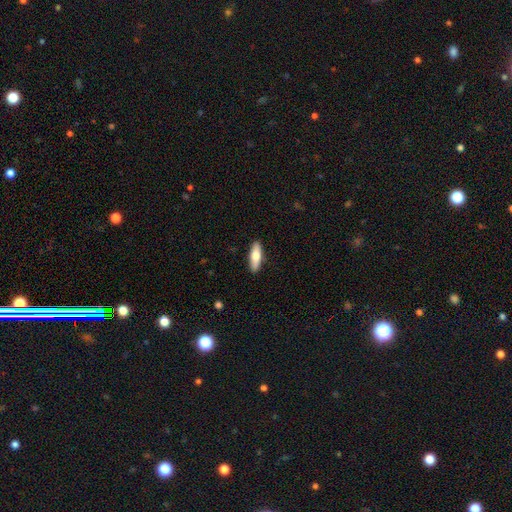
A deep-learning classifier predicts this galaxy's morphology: The model was most divided on "how rounded": in between: 53%, cigar-shaped: 45%, round: 2%. More confident: merging — none (89%); smooth or featured — smooth (69%).